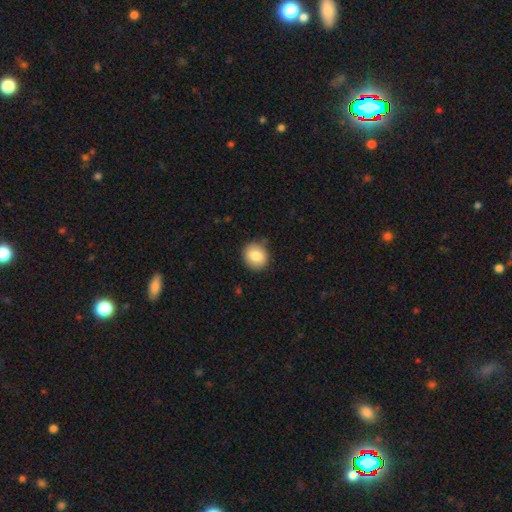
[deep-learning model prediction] A smooth galaxy with no disk features (83%) that is round (81%).

Vote fractions:
- Smooth or featured? smooth: 83% / featured or disk: 9% / star or artifact: 8%
- How rounded? round: 81% / in between: 18% / cigar-shaped: 1%
- Merging? none: 86% / minor disturbance: 10% / major disturbance: 2% / merger: 1%